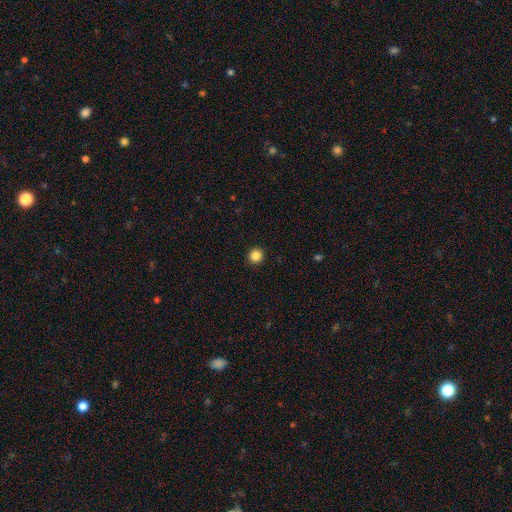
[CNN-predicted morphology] This appears to be a smooth galaxy with no disk features (86%) that is round (94%). Merging: none (93%).